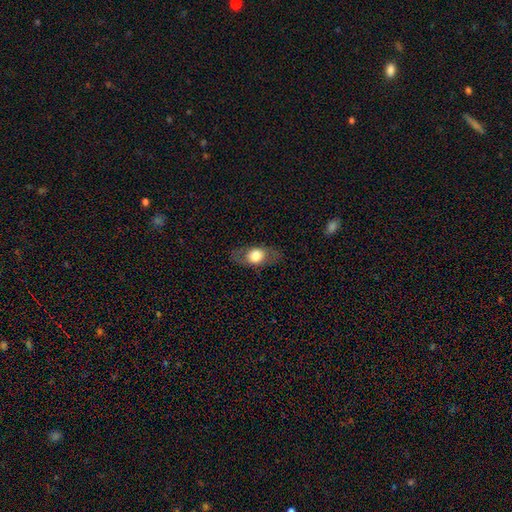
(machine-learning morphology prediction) Smooth or featured?
  - smooth: 56% *
  - featured or disk: 38%
  - star or artifact: 7%
How rounded?
  - in between: 70% *
  - round: 25%
  - cigar-shaped: 6%
Merging?
  - none: 80% *
  - minor disturbance: 13%
  - major disturbance: 6%
  - merger: 1%